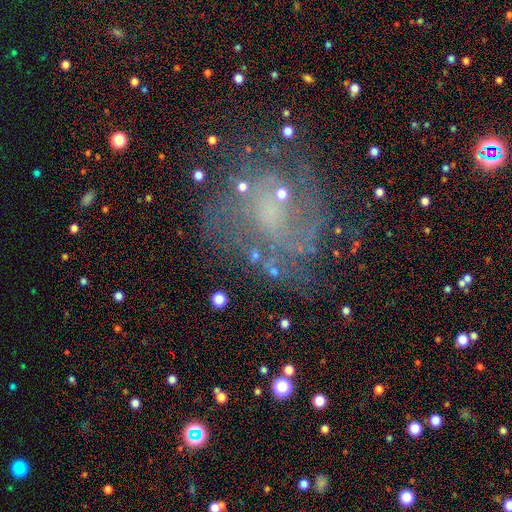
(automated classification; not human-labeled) Smooth or featured: featured or disk — 69% (smooth — 16%)
Edge-on disk: no — 98% (yes — 2%)
Bar: no — 72% (weak — 22%)
Spiral arms: yes — 84% (no — 16%)
Spiral winding: medium — 41% (tight — 39%)
Spiral arm count: 2 — 37% (can't tell — 27%)
Bulge size: small — 50% (none — 27%)
Merging: none — 64% (minor disturbance — 18%)